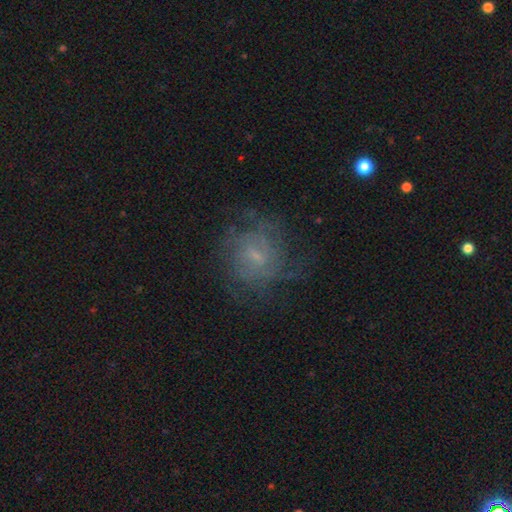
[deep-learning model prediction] Smooth or featured? featured or disk (58%)
Edge-on disk? no (97%)
Bar? no (53%)
Spiral arms? yes (75%)
Bulge size? small (57%)
Merging? none (66%)